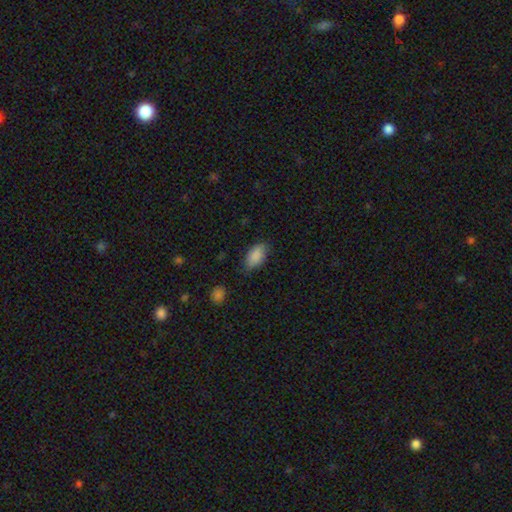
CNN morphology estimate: Smooth or featured? smooth (88%)
How rounded? in between (93%)
Merging? none (72%)